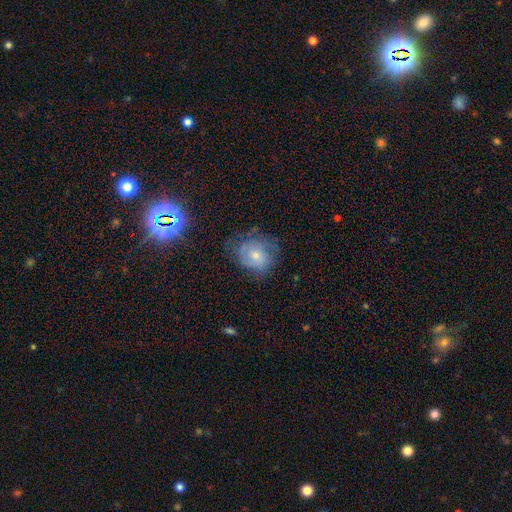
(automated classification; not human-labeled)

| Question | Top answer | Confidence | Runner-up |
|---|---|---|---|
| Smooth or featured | smooth | 53% | featured or disk (38%) |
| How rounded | round | 64% | in between (35%) |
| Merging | none | 53% | minor disturbance (29%) |